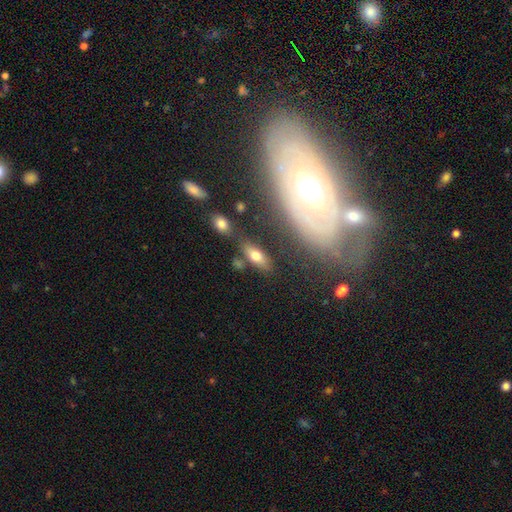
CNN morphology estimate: smooth_or_featured: smooth (p=0.70) [alt: featured or disk p=0.21]
how_rounded: in between (p=0.77) [alt: cigar-shaped p=0.18]
merging: none (p=0.71) [alt: minor disturbance p=0.15]